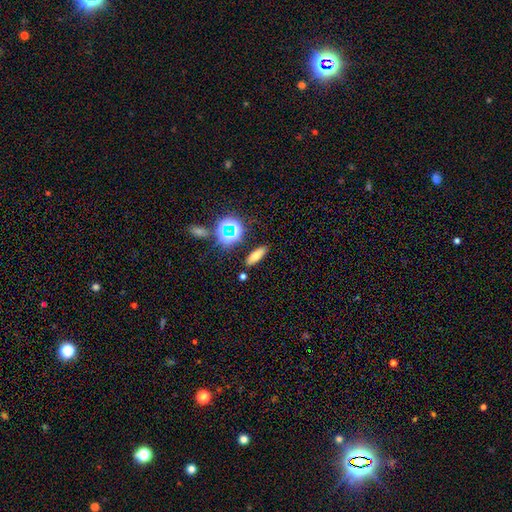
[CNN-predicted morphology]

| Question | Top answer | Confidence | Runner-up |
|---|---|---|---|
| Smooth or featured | smooth | 64% | star or artifact (20%) |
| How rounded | in between | 56% | cigar-shaped (35%) |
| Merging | none | 85% | minor disturbance (9%) |